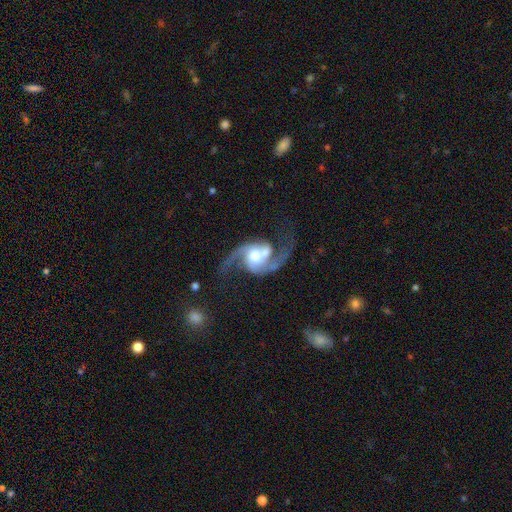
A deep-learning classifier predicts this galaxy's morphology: Smooth or featured?
  - featured or disk: 91% *
  - star or artifact: 5%
  - smooth: 4%
Edge-on disk?
  - no: 98% *
  - yes: 2%
Bar?
  - no: 45% *
  - weak: 37%
  - strong: 17%
Spiral arms?
  - yes: 98% *
  - no: 2%
Spiral winding?
  - loose: 60% *
  - medium: 35%
  - tight: 5%
Spiral arm count?
  - 2: 94% *
  - 1: 2%
  - can't tell: 1%
  - 3: 1%
  - 4: 1%
  - more than 4: 1%
Bulge size?
  - moderate: 47% *
  - large: 28%
  - small: 16%
  - none: 5%
  - dominant: 4%
Merging?
  - none: 61% *
  - minor disturbance: 14%
  - merger: 12%
  - major disturbance: 12%